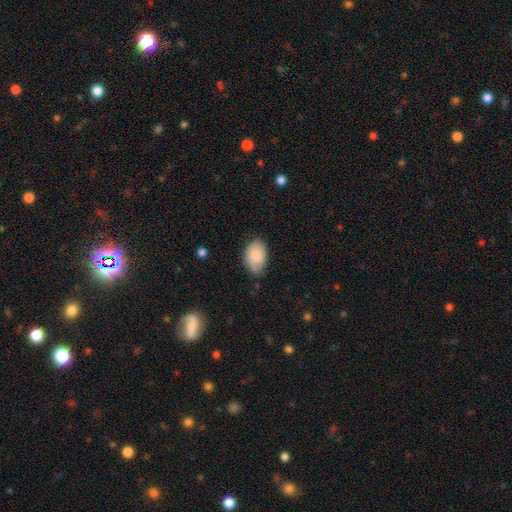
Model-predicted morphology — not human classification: smooth 80%, featured or disk 14%, star or artifact 7%. Down the decision tree: how rounded — in between (89%); merging — none (63%).